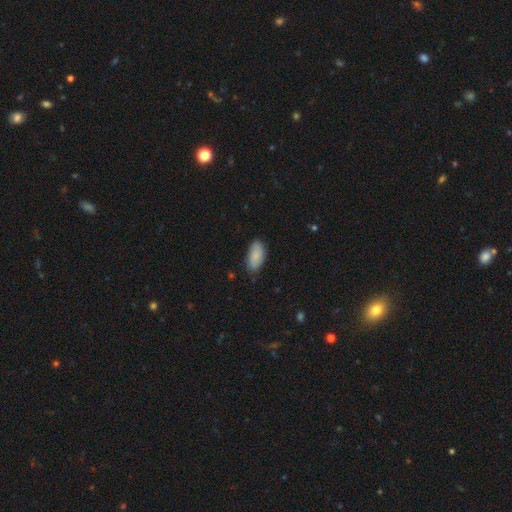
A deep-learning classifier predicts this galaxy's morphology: Smooth or featured? smooth (83%)
How rounded? in between (93%)
Merging? none (80%)